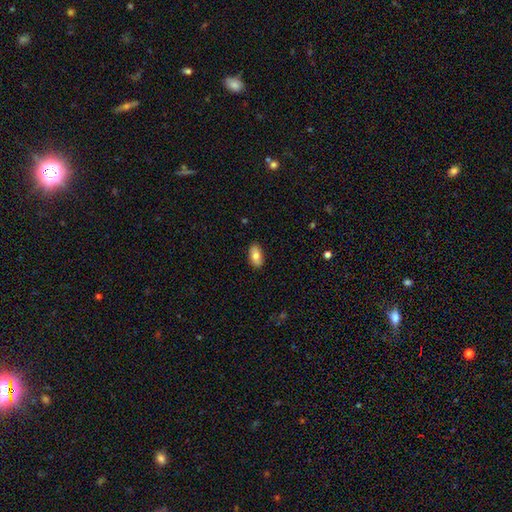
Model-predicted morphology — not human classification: The model was most divided on "smooth or featured": smooth: 79%, featured or disk: 14%, star or artifact: 7%. More confident: how rounded — in between (93%); merging — none (88%).